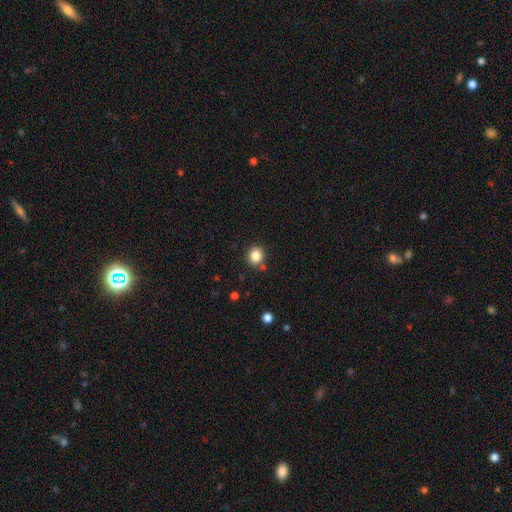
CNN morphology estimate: smooth 84%, star or artifact 11%, featured or disk 5%. Down the decision tree: how rounded — round (83%); merging — none (83%).